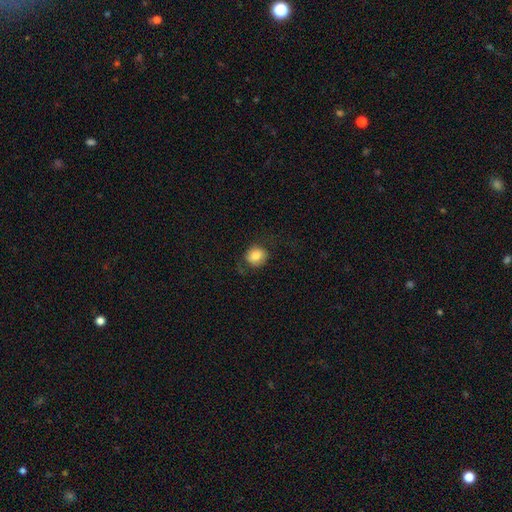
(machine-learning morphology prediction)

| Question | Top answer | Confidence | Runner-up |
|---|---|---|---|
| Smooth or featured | smooth | 79% | featured or disk (12%) |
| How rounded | round | 71% | in between (28%) |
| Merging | none | 71% | minor disturbance (18%) |